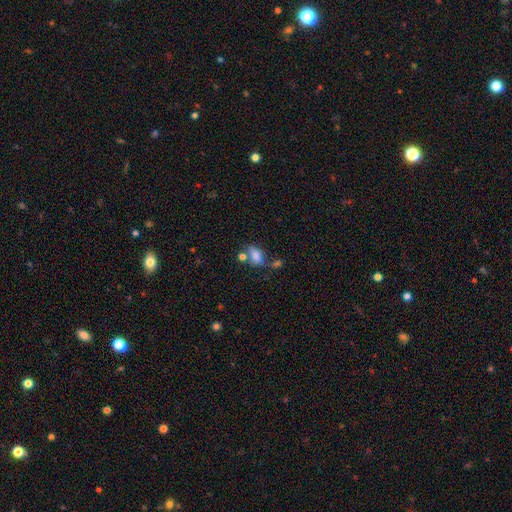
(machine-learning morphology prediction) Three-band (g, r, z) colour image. It shows a smooth galaxy with no disk features (73%) that is in between round and cigar-shaped (83%). Merging: none (40%).